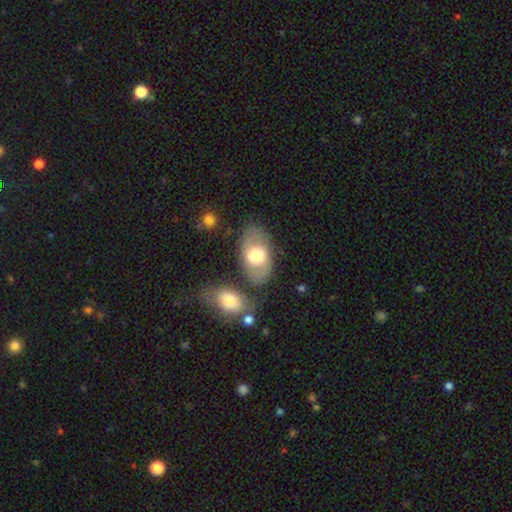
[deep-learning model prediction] smooth 49%, featured or disk 44%, star or artifact 6%. Down the decision tree: merging — none (71%).